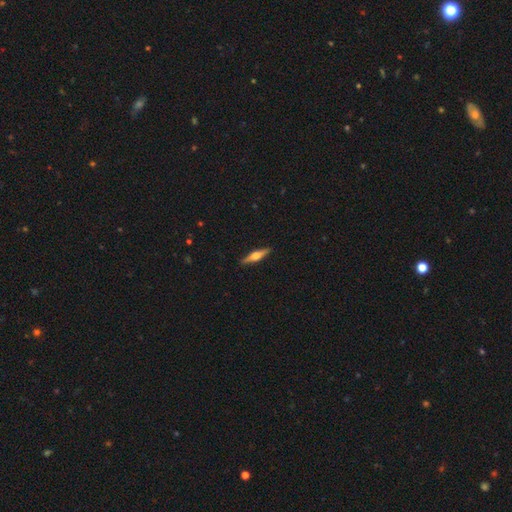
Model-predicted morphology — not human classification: The model was most divided on "smooth or featured": featured or disk: 58%, smooth: 36%, star or artifact: 6%. More confident: edge-on disk — yes (96%); merging — none (90%); edge-on bulge — rounded (89%).